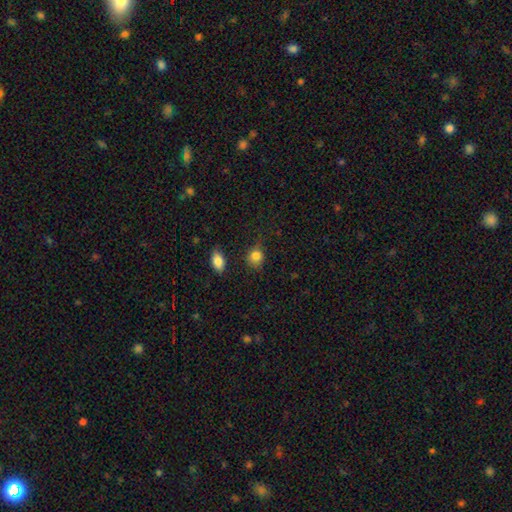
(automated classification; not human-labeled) Smooth or featured: smooth — 84% (star or artifact — 10%)
How rounded: round — 68% (in between — 31%)
Merging: none — 62% (minor disturbance — 26%)